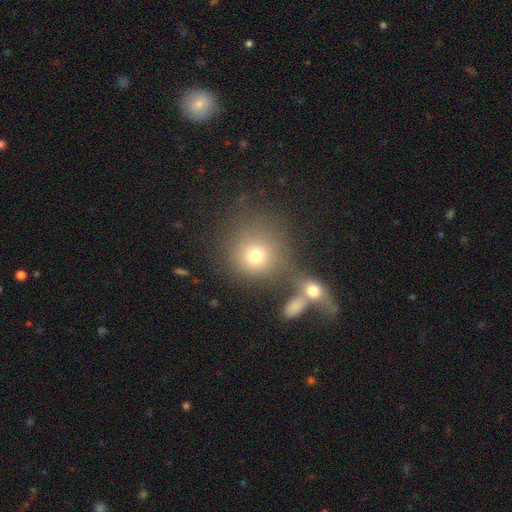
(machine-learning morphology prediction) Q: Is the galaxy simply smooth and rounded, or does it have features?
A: smooth — 71%.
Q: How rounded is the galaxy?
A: round — 83%.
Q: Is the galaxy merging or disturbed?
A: none — 51%.